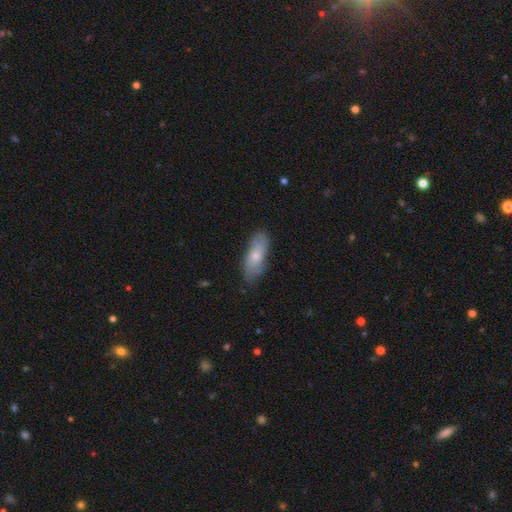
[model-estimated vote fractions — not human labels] Morphology: type=smooth (61%); roundness=in between (73%); merging=none (77%).